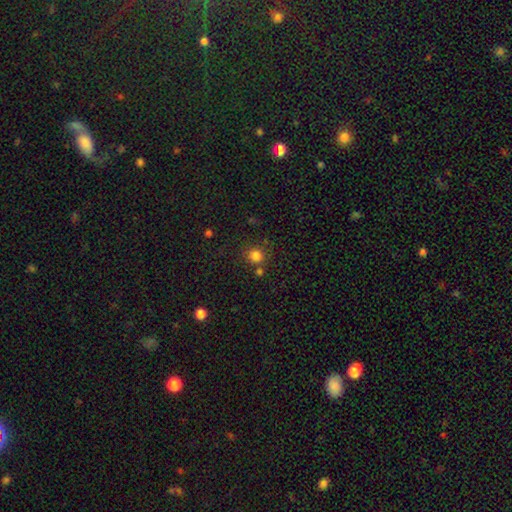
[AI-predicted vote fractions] Smooth or featured? Predicted: smooth (p=0.81). How rounded? Predicted: round (p=0.90). Merging? Predicted: none (p=0.74).